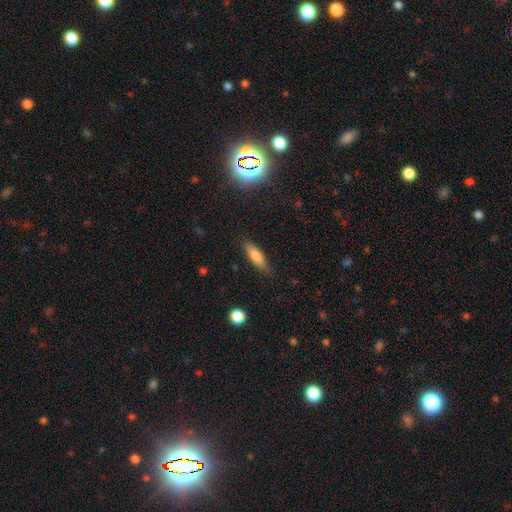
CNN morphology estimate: Overall: smooth (74%). How rounded: cigar-shaped (58%; in between 40%). Merging: none (83%).